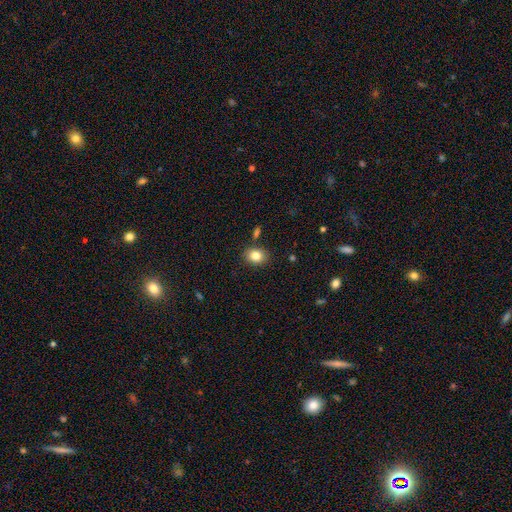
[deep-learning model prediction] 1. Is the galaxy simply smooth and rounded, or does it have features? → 83% smooth, 10% star or artifact, 8% featured or disk.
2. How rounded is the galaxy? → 52% in between, 47% round, 1% cigar-shaped.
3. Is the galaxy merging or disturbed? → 83% none, 10% minor disturbance, 4% merger, 3% major disturbance.